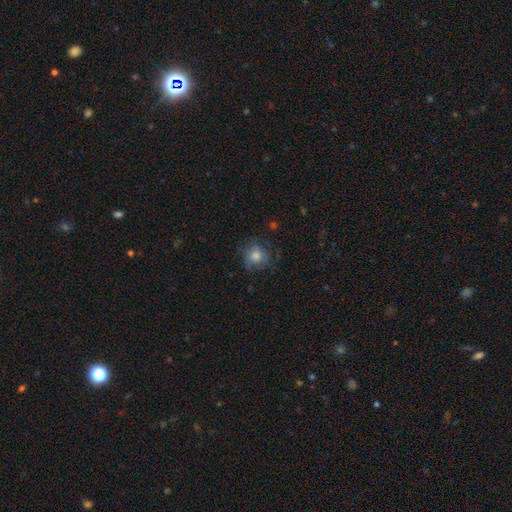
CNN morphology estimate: type=smooth (66%); roundness=round (83%); merging=none (68%).